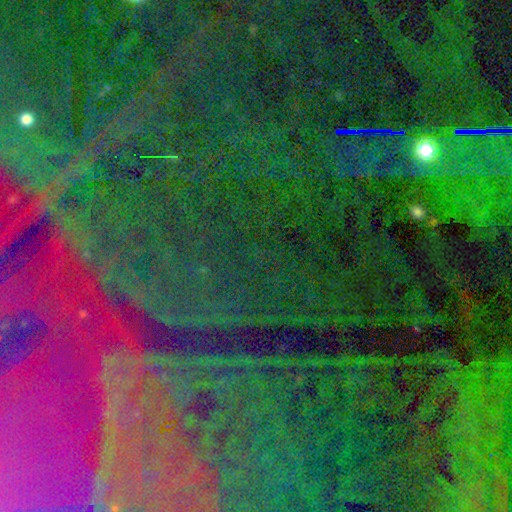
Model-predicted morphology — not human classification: Overall: star or artifact (86%).